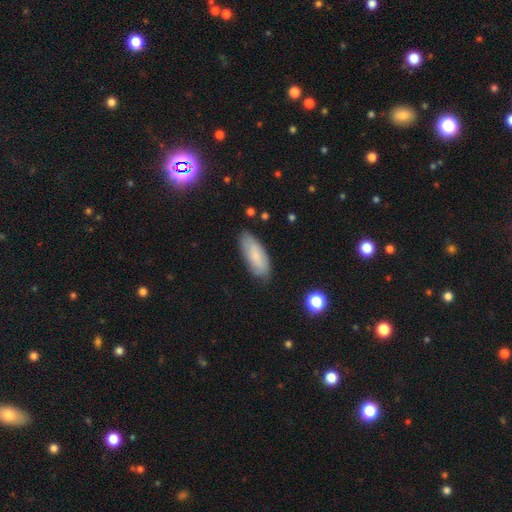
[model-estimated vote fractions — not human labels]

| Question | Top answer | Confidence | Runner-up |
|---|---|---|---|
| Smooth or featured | smooth | 76% | featured or disk (17%) |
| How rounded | in between | 76% | cigar-shaped (22%) |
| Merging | none | 79% | minor disturbance (16%) |